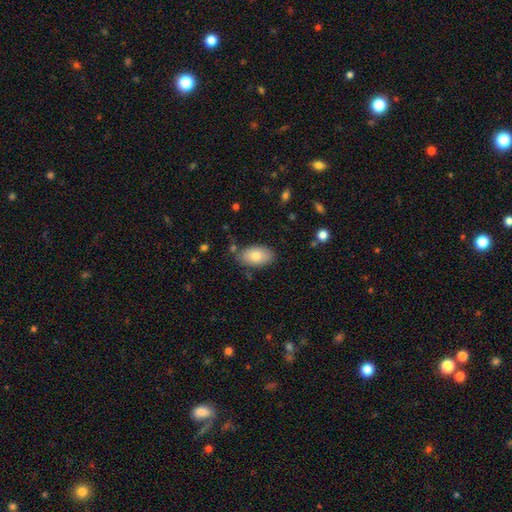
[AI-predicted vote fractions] smooth-or-featured: smooth: 80% | featured or disk: 13% | star or artifact: 7%
  how-rounded: in between: 93% | round: 5% | cigar-shaped: 2%
  merging: none: 81% | minor disturbance: 13% | major disturbance: 3% | merger: 3%